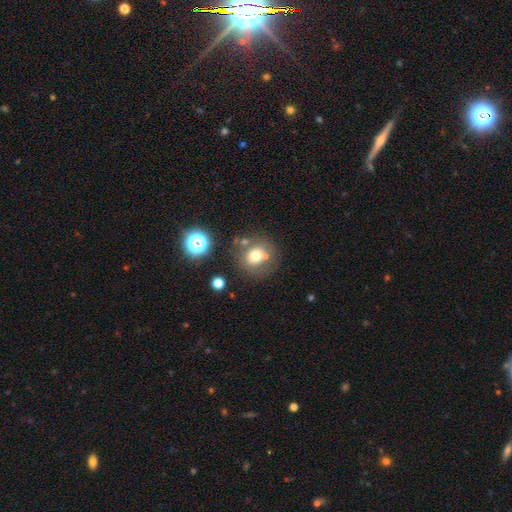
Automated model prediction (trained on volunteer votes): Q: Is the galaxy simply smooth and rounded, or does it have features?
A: smooth — 69%.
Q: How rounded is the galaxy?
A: round — 85%.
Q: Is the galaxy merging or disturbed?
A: none — 66%.